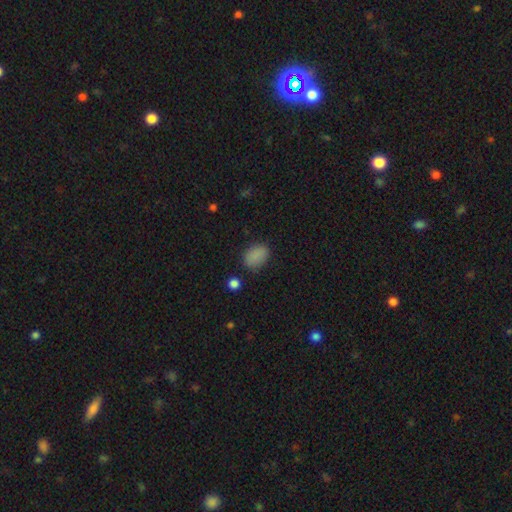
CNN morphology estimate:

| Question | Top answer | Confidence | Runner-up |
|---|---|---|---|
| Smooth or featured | smooth | 85% | star or artifact (11%) |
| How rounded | in between | 79% | round (20%) |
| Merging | none | 79% | minor disturbance (15%) |